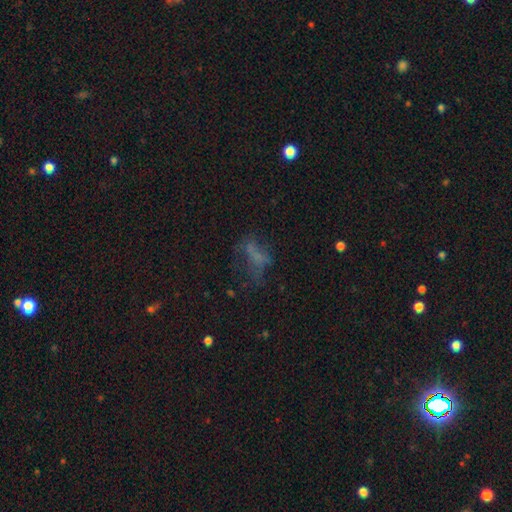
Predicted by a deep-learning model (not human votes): Morphology: type=smooth (40%); merging=none (39%).